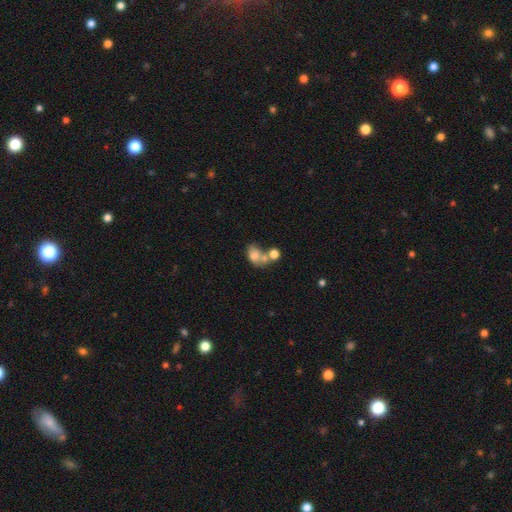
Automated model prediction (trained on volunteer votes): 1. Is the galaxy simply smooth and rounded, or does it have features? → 69% smooth, 20% featured or disk, 11% star or artifact.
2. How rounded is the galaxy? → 65% in between, 34% round, 1% cigar-shaped.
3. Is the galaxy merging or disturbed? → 54% merger, 23% none, 12% major disturbance, 11% minor disturbance.